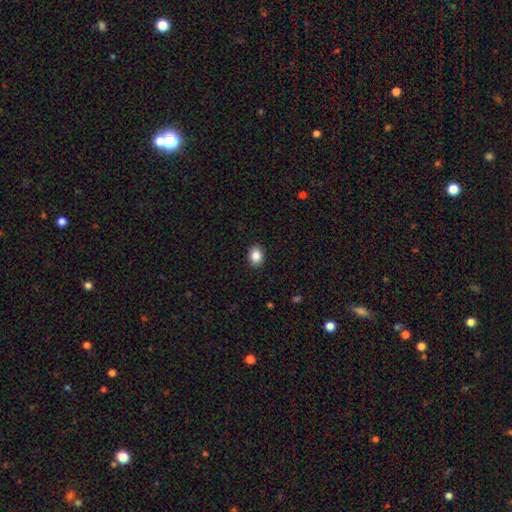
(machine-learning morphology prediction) A smooth galaxy with no disk features (88%) that is in between round and cigar-shaped (54%).

Vote fractions:
- Smooth or featured? smooth: 88% / star or artifact: 8% / featured or disk: 4%
- How rounded? in between: 54% / round: 46% / cigar-shaped: 1%
- Merging? none: 90% / minor disturbance: 7% / major disturbance: 2% / merger: 1%